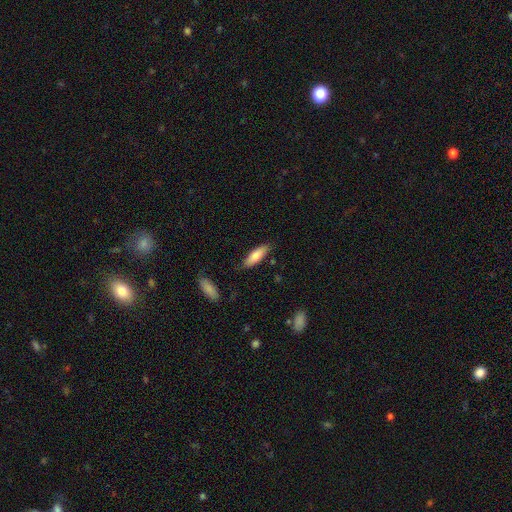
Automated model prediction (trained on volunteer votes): Overall: smooth (80%). How rounded: in between (55%; cigar-shaped 43%). Merging: none (81%).